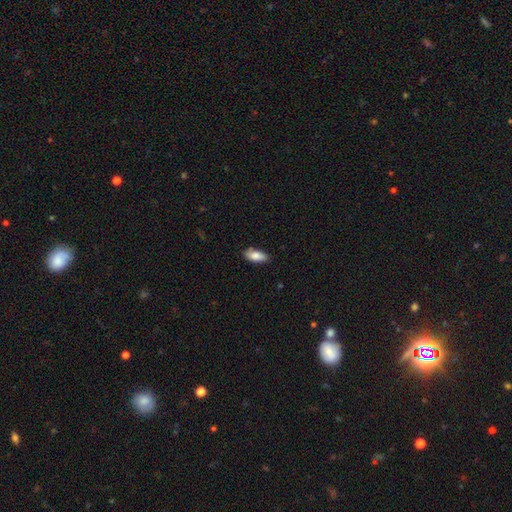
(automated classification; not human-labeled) This is clearly a smooth galaxy (84%). How rounded: clearly in between (86%). Merging: likely none (79%).